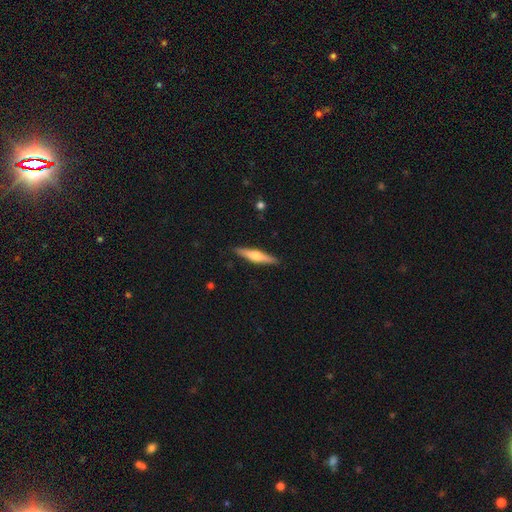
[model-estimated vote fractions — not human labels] This is possibly a featured or disk galaxy (53%). It is clearly viewed edge-on (96%). Edge-on bulge: clearly rounded (87%). Merging: clearly none (90%).